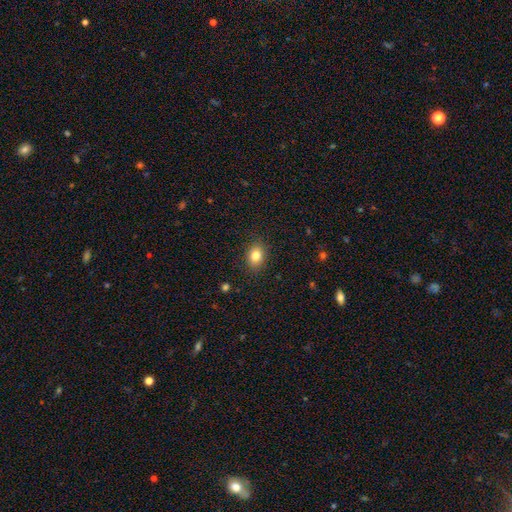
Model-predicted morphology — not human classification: Overall: smooth (82%). How rounded: in between (62%; round 37%). Merging: none (88%).